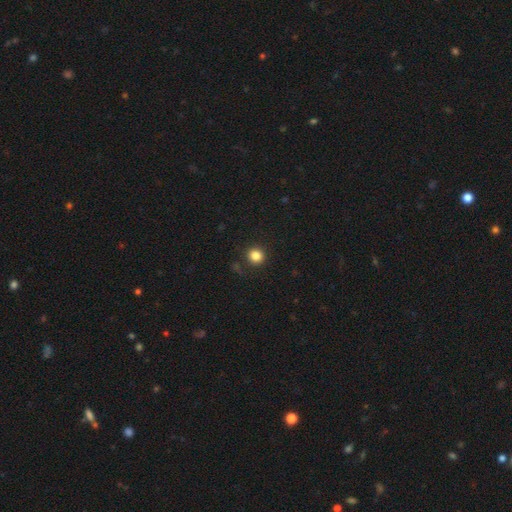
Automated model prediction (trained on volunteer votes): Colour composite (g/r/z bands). It shows a smooth galaxy with no disk features (84%) that is round (91%). Merging: none (89%).